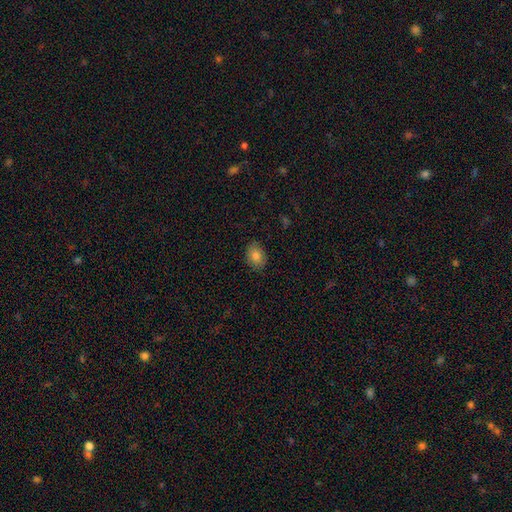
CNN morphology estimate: Q: Smooth or featured?
A: smooth (83%); runner-up: star or artifact (9%)
Q: How rounded?
A: in between (72%); runner-up: round (27%)
Q: Merging?
A: none (87%); runner-up: minor disturbance (10%)